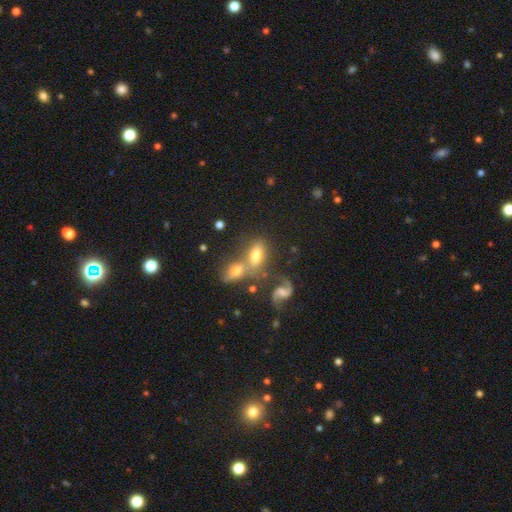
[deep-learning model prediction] A smooth galaxy with no disk features (57%) that is in between round and cigar-shaped (84%). Merging: merger (43%).